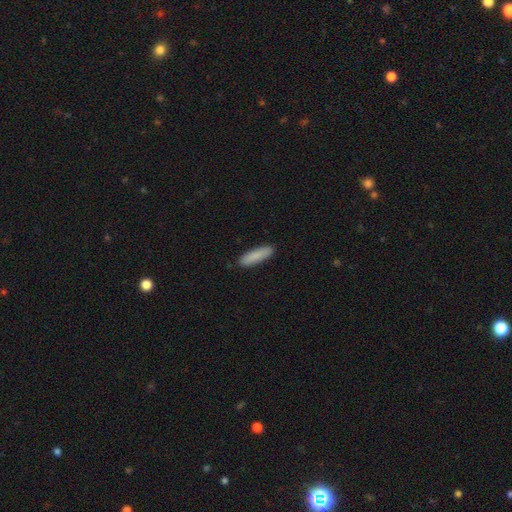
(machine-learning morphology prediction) This is clearly a smooth galaxy (87%). How rounded: likely cigar-shaped (67%). Merging: clearly none (89%).